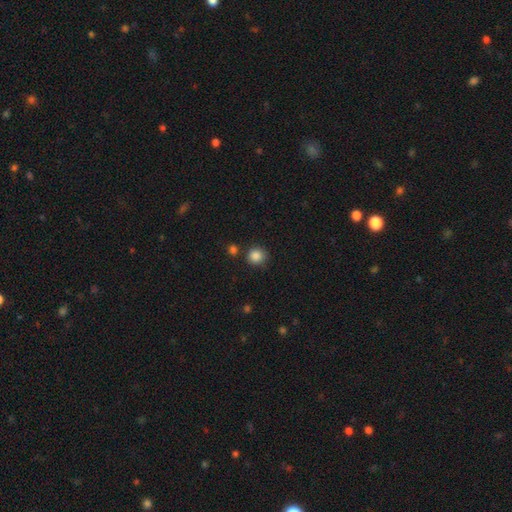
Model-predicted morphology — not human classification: Smooth or featured: smooth — 86% (star or artifact — 10%)
How rounded: round — 90% (in between — 9%)
Merging: none — 80% (minor disturbance — 11%)